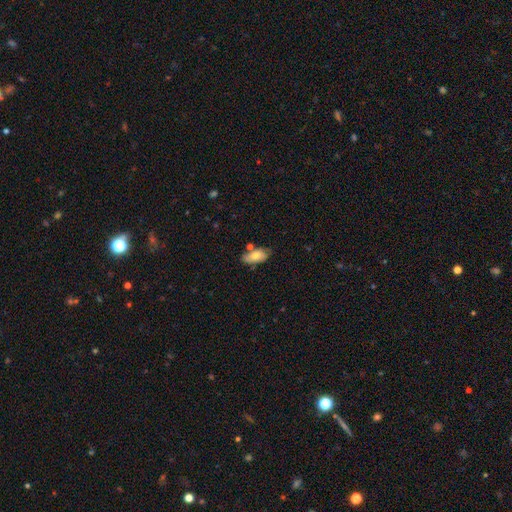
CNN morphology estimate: smooth 69%, featured or disk 24%, star or artifact 7%. Down the decision tree: how rounded — in between (90%); merging — none (64%).